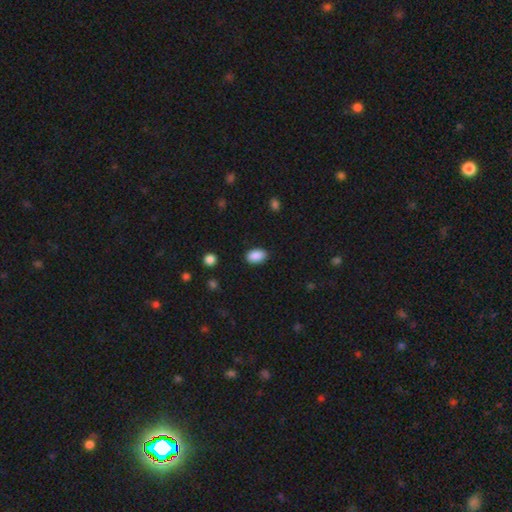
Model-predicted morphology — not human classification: Smooth or featured?
  - smooth: 90% *
  - star or artifact: 7%
  - featured or disk: 3%
How rounded?
  - in between: 90% *
  - round: 9%
  - cigar-shaped: 1%
Merging?
  - none: 88% *
  - minor disturbance: 9%
  - major disturbance: 2%
  - merger: 1%